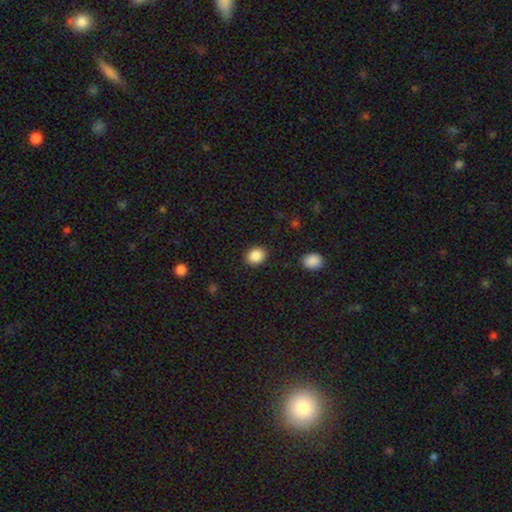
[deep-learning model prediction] Smooth or featured? Predicted: smooth (p=0.88). How rounded? Predicted: round (p=0.53). Merging? Predicted: none (p=0.89).